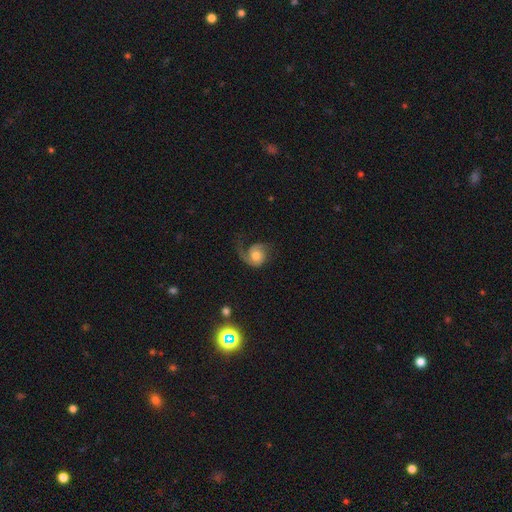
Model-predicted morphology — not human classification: Smooth or featured: featured or disk — 68% (smooth — 25%)
Edge-on disk: no — 97% (yes — 3%)
Bar: no — 77% (weak — 20%)
Spiral arms: yes — 93% (no — 7%)
Spiral winding: loose — 41% (medium — 38%)
Spiral arm count: 1 — 57% (2 — 35%)
Bulge size: moderate — 61% (small — 17%)
Merging: none — 47% (major disturbance — 30%)